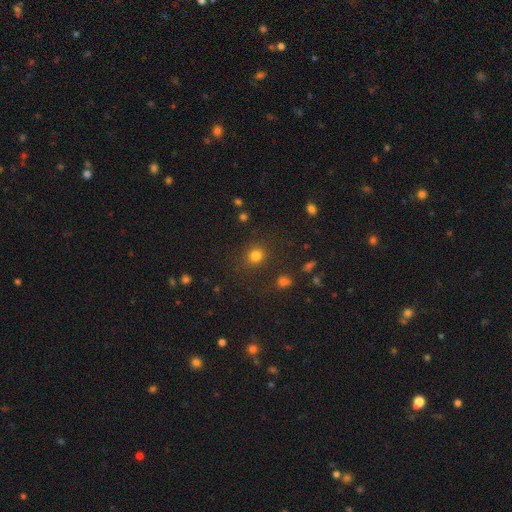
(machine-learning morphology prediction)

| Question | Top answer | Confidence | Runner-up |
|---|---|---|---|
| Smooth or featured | smooth | 78% | star or artifact (16%) |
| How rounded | round | 82% | in between (17%) |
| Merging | none | 81% | minor disturbance (10%) |